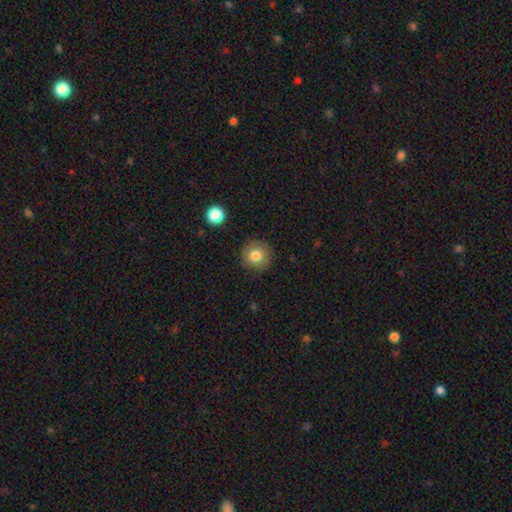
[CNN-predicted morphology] The model was most divided on "smooth or featured": smooth: 80%, star or artifact: 11%, featured or disk: 9%. More confident: how rounded — round (94%); merging — none (88%).